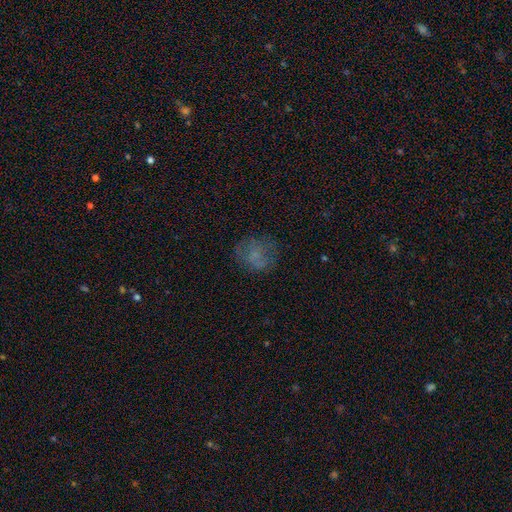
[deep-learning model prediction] The model was most divided on "smooth or featured": smooth: 57%, featured or disk: 28%, star or artifact: 15%. More confident: how rounded — round (69%); merging — none (63%).